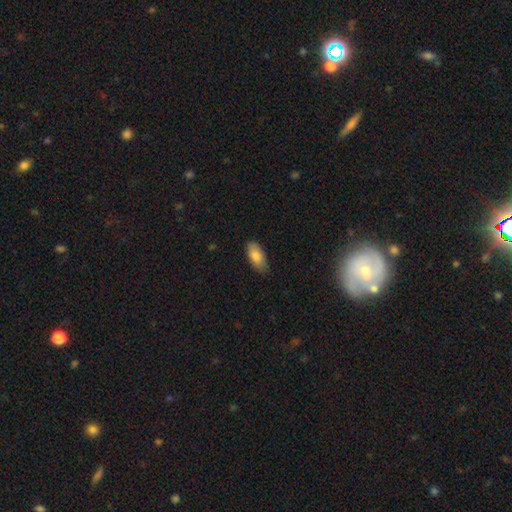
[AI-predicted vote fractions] Overall: smooth (83%). How rounded: in between (91%). Merging: none (76%).